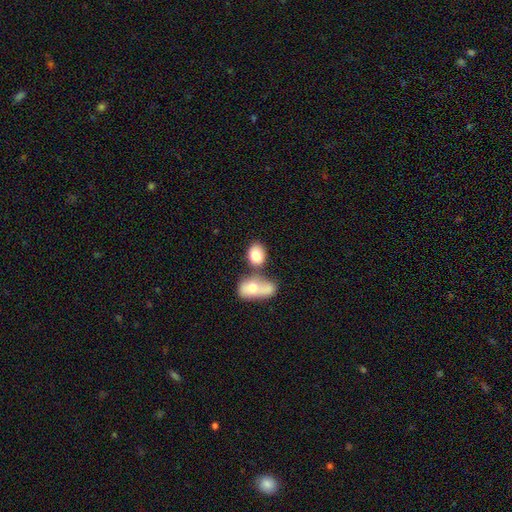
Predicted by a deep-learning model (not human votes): This appears to be a smooth galaxy with no disk features (80%) that is in between round and cigar-shaped (73%). Merging: none (44%).